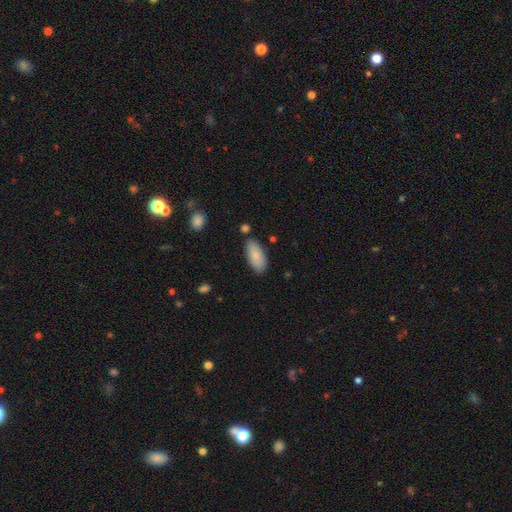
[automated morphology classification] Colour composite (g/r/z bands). It shows a smooth galaxy with no disk features (84%) that is in between round and cigar-shaped (89%). Merging: none (81%).